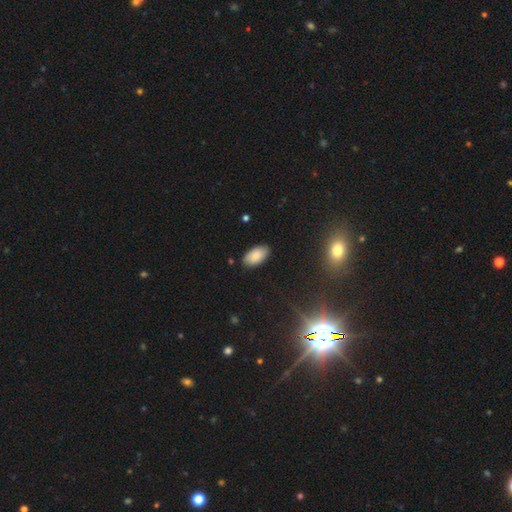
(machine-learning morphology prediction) Smooth or featured? Predicted: smooth (p=0.86). How rounded? Predicted: in between (p=0.96). Merging? Predicted: none (p=0.86).